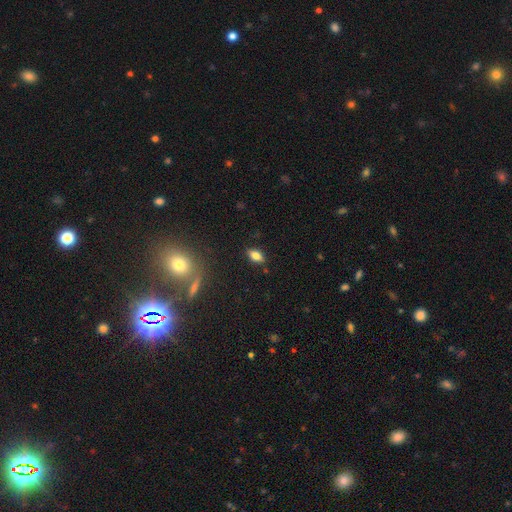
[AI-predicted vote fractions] Smooth or featured: smooth — 74% (featured or disk — 15%)
How rounded: in between — 86% (cigar-shaped — 8%)
Merging: none — 85% (minor disturbance — 11%)